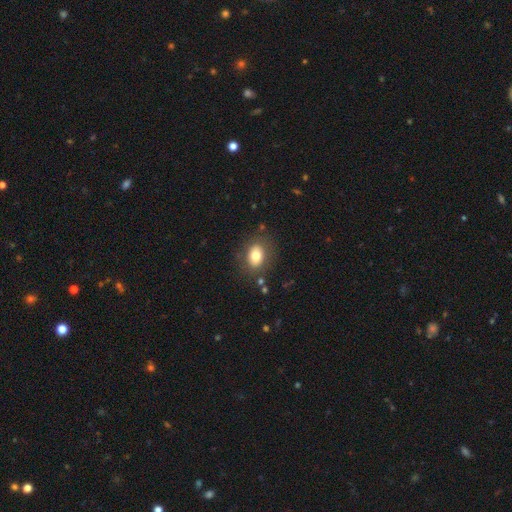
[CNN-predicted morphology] This appears to be a smooth galaxy with no disk features (77%) that is in between round and cigar-shaped (69%). Merging: none (80%).